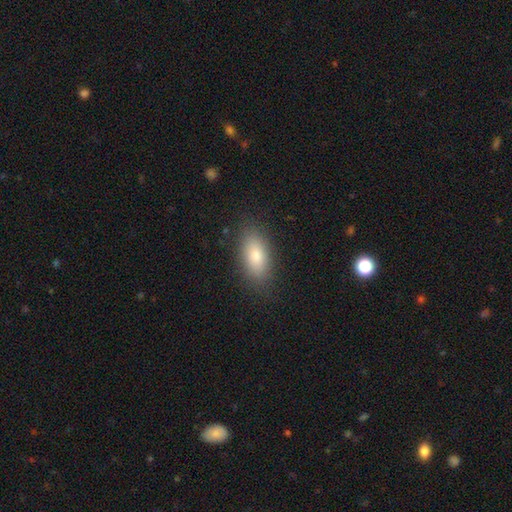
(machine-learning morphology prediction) A smooth galaxy with no disk features (83%) that is in between round and cigar-shaped (89%).

Vote fractions:
- Smooth or featured? smooth: 83% / featured or disk: 10% / star or artifact: 7%
- How rounded? in between: 89% / cigar-shaped: 7% / round: 4%
- Merging? none: 84% / minor disturbance: 11% / major disturbance: 4% / merger: 1%